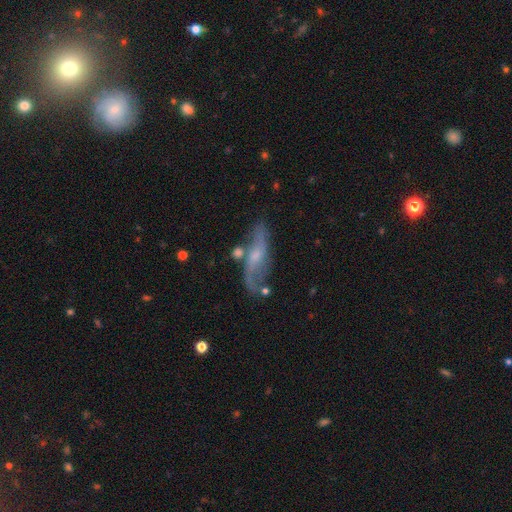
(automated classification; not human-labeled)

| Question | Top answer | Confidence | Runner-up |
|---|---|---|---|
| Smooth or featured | featured or disk | 75% | smooth (18%) |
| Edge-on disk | no | 83% | yes (17%) |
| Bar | no | 49% | weak (40%) |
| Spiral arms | yes | 90% | no (10%) |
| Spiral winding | loose | 75% | medium (18%) |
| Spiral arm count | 2 | 87% | can't tell (6%) |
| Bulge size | small | 52% | moderate (34%) |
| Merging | none | 59% | minor disturbance (20%) |